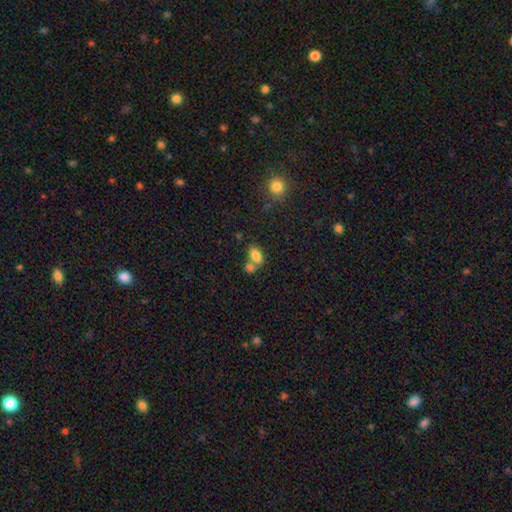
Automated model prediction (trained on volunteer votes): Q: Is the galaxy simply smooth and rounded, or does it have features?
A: smooth — 80%.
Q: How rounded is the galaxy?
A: in between — 87%.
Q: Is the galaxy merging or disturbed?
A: merger — 47%.